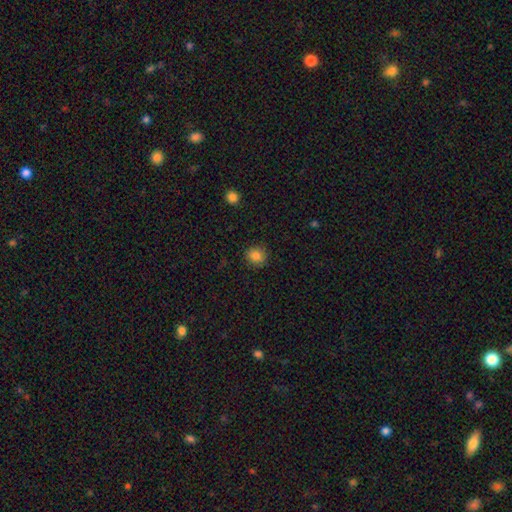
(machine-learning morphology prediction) Smooth or featured?
  - smooth: 85% *
  - star or artifact: 11%
  - featured or disk: 5%
How rounded?
  - round: 87% *
  - in between: 13%
  - cigar-shaped: 1%
Merging?
  - none: 89% *
  - minor disturbance: 8%
  - major disturbance: 2%
  - merger: 1%